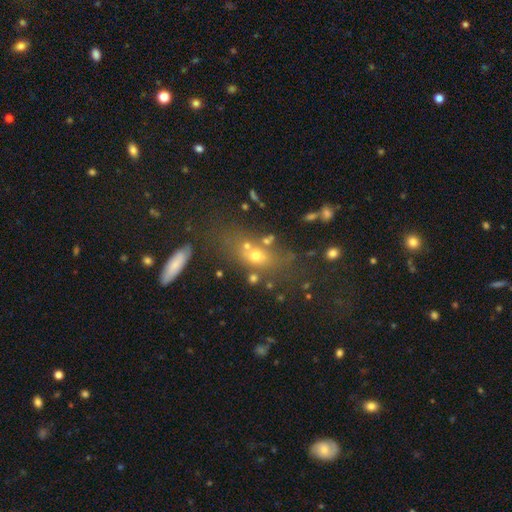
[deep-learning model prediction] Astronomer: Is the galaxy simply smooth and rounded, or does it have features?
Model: smooth — 57%.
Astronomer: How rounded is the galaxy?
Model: in between — 54%.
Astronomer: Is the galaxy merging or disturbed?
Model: none — 54%.